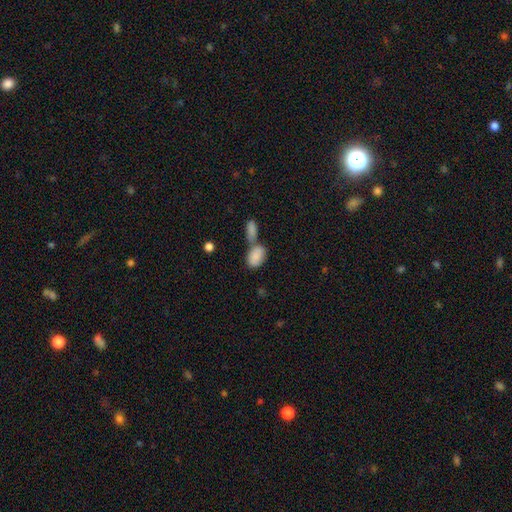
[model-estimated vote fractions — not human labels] Overall: smooth (85%). How rounded: in between (92%). Merging: merger (57%; none 29%).